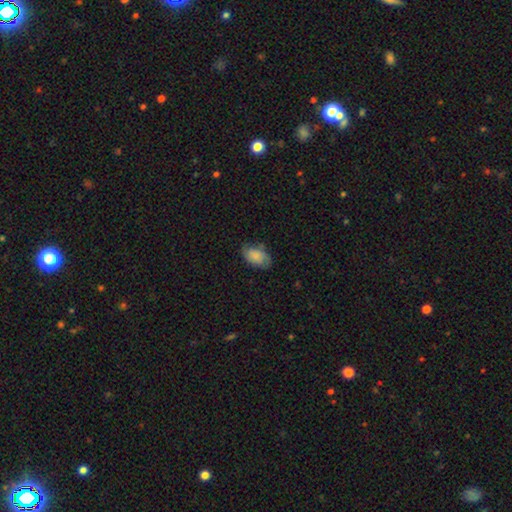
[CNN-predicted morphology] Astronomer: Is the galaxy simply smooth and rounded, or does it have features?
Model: smooth — 78%.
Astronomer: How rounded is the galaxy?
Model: in between — 92%.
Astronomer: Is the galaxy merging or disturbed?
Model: none — 67%.